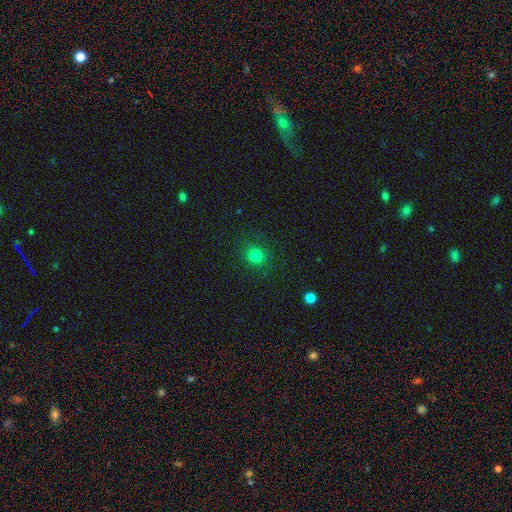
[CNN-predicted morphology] This is clearly a smooth galaxy (81%). How rounded: clearly round (85%). Merging: clearly none (87%).